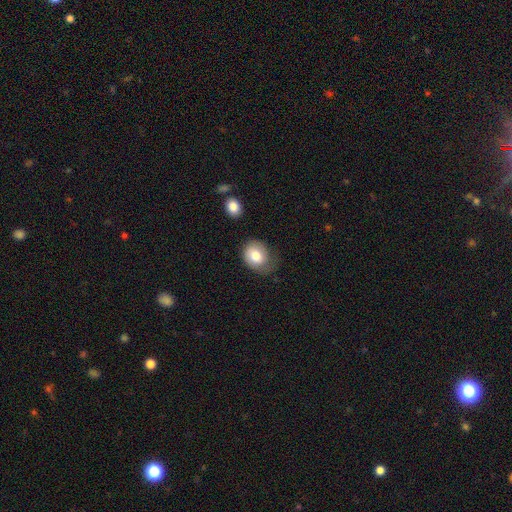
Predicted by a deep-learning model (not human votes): The model was most divided on "how rounded": round: 56%, in between: 43%, cigar-shaped: 1%. More confident: smooth or featured — smooth (80%); merging — none (52%).